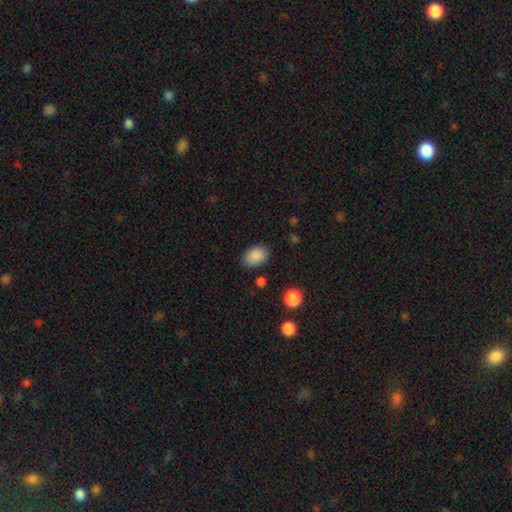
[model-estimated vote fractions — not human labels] Q: Smooth or featured?
A: smooth (88%); runner-up: star or artifact (8%)
Q: How rounded?
A: in between (80%); runner-up: round (19%)
Q: Merging?
A: none (82%); runner-up: minor disturbance (13%)